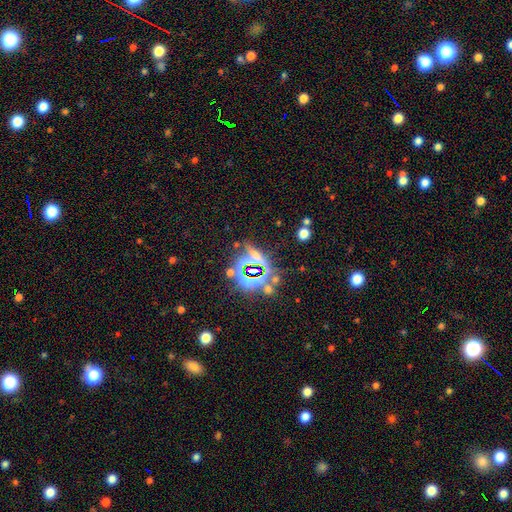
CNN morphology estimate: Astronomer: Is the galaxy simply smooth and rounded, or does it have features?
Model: star or artifact — 67%.